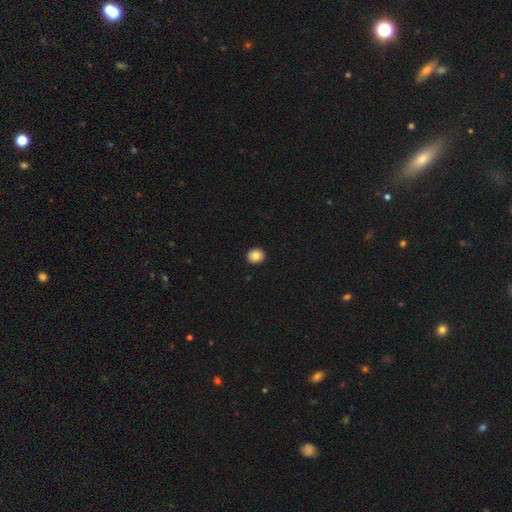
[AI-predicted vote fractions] A smooth galaxy with no disk features (83%) that is round (87%).

Vote fractions:
- Smooth or featured? smooth: 83% / star or artifact: 9% / featured or disk: 8%
- How rounded? round: 87% / in between: 12% / cigar-shaped: 1%
- Merging? none: 93% / minor disturbance: 4% / major disturbance: 1% / merger: 1%